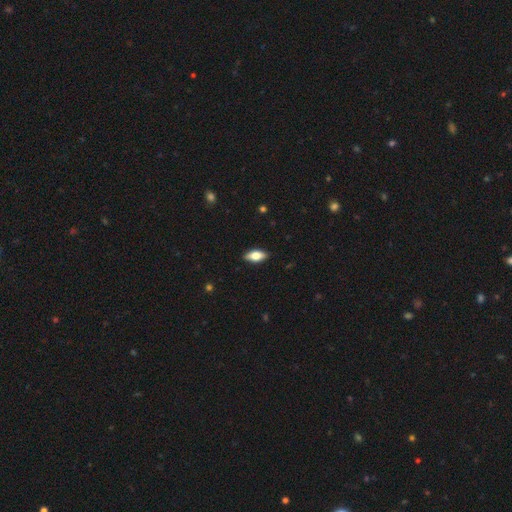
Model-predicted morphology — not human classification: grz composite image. It shows a smooth galaxy with no disk features (70%) that is in between round and cigar-shaped (86%). Merging: none (88%).